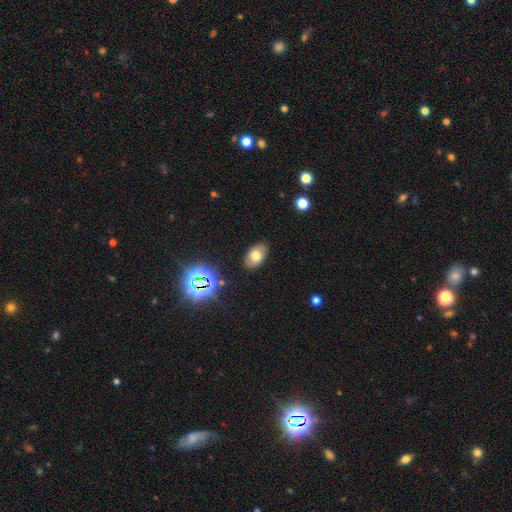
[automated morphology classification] This appears to be a smooth galaxy with no disk features (70%) that is in between round and cigar-shaped (89%). Merging: none (86%).